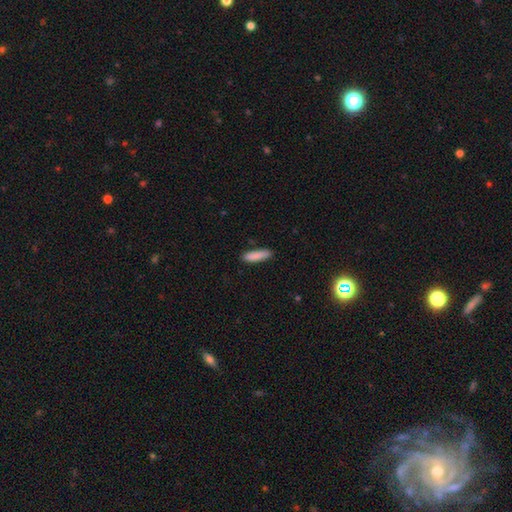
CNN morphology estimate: Q: Smooth or featured?
A: smooth (87%); runner-up: featured or disk (6%)
Q: How rounded?
A: cigar-shaped (73%); runner-up: in between (26%)
Q: Merging?
A: none (86%); runner-up: minor disturbance (11%)